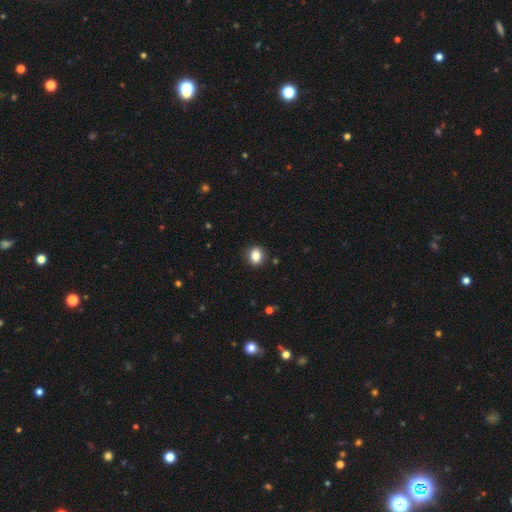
Smooth or featured? 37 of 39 (95%) said smooth. How rounded? 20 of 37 (54%) said in between. Merging? 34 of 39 (87%) said none.